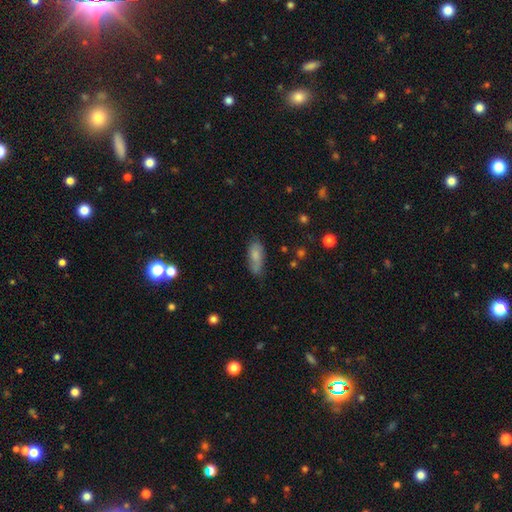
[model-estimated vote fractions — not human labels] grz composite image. It shows a smooth galaxy with no disk features (75%) that is in between round and cigar-shaped (76%). Merging: none (60%).